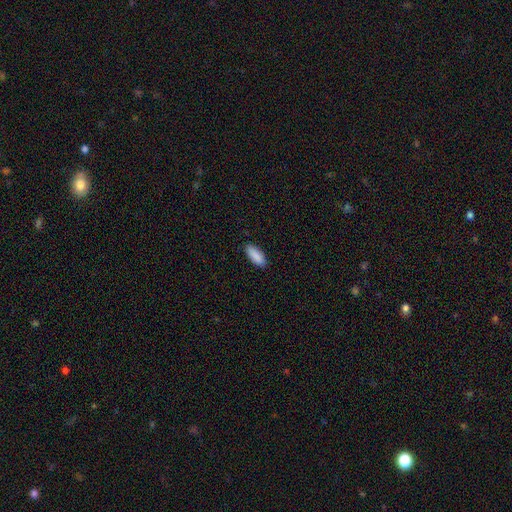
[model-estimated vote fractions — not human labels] The model was most divided on "how rounded": in between: 76%, cigar-shaped: 23%, round: 2%. More confident: smooth or featured — smooth (91%); merging — none (89%).